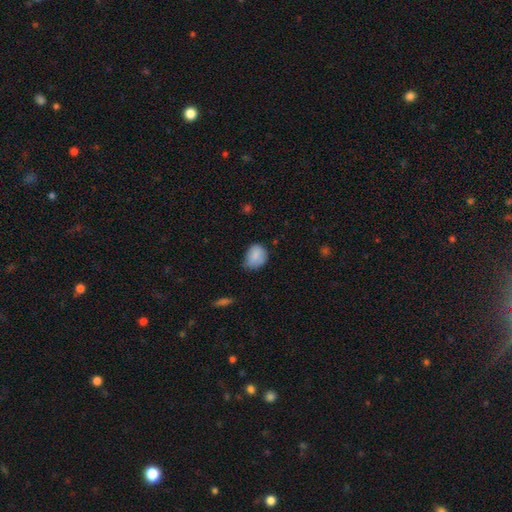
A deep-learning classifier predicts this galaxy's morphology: Smooth or featured? Predicted: smooth (p=0.84). How rounded? Predicted: in between (p=0.51). Merging? Predicted: none (p=0.55).